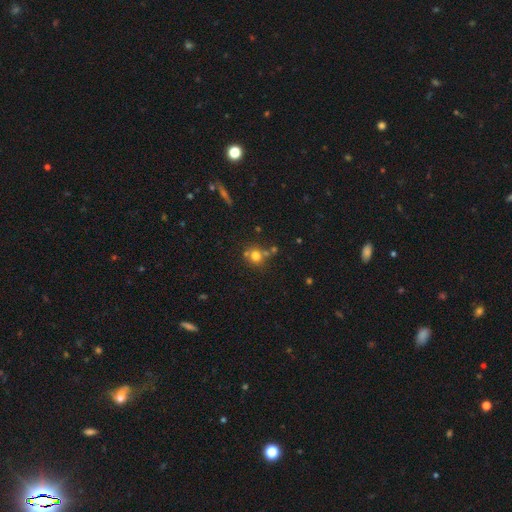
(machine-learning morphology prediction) The model was most divided on "merging": none: 62%, merger: 23%, minor disturbance: 11%, major disturbance: 4%. More confident: how rounded — round (86%); smooth or featured — smooth (72%).